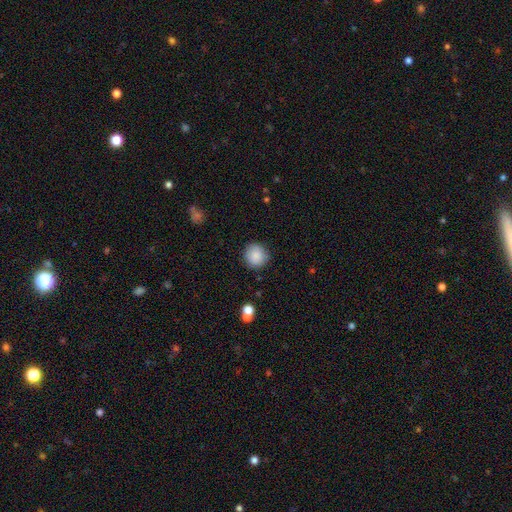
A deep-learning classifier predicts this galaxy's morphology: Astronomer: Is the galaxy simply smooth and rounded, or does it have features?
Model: smooth — 88%.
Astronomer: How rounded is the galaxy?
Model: round — 92%.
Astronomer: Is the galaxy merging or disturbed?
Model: none — 87%.